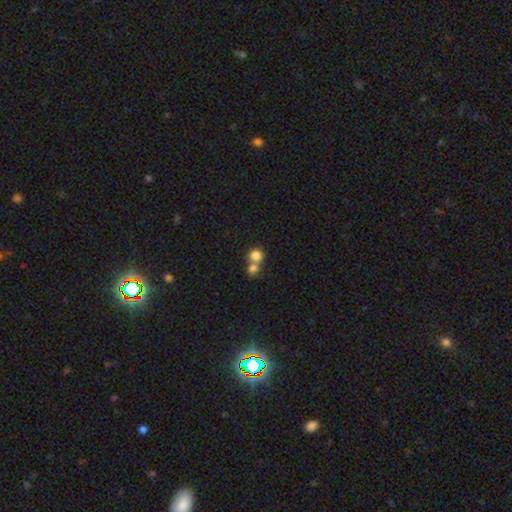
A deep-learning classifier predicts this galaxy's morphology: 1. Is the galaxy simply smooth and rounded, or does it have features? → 81% smooth, 10% star or artifact, 10% featured or disk.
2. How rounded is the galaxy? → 85% round, 14% in between, 1% cigar-shaped.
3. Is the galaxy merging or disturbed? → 55% merger, 37% none, 5% minor disturbance, 3% major disturbance.